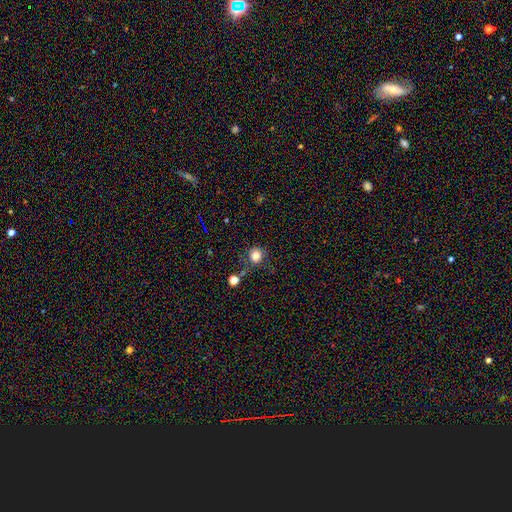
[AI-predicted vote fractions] A smooth galaxy with no disk features (81%) that is round (86%). Merging: none (70%).